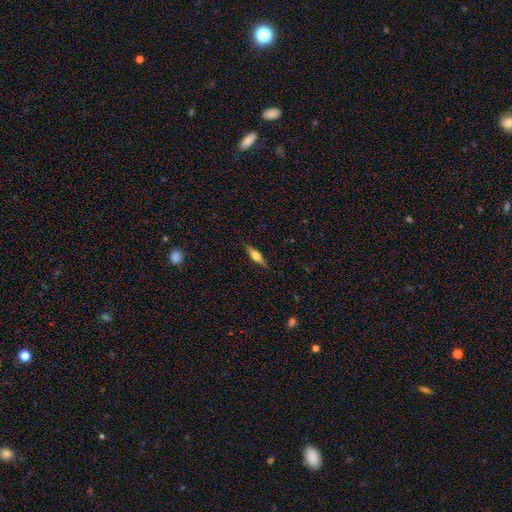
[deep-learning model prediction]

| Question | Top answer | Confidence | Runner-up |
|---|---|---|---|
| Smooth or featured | smooth | 48% | featured or disk (45%) |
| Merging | none | 87% | minor disturbance (9%) |